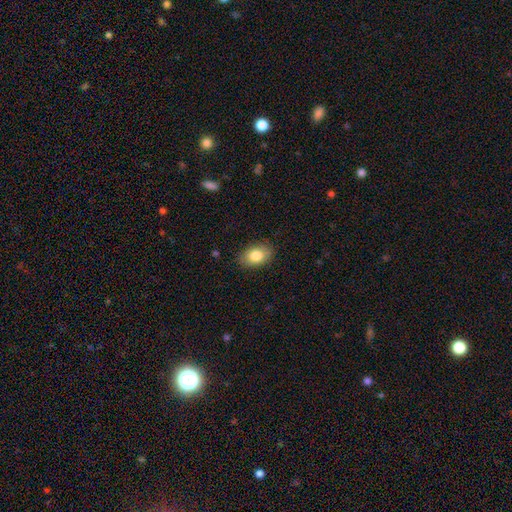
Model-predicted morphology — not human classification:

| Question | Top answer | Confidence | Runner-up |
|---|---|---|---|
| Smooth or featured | smooth | 81% | featured or disk (12%) |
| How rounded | in between | 87% | round (12%) |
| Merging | none | 84% | minor disturbance (12%) |